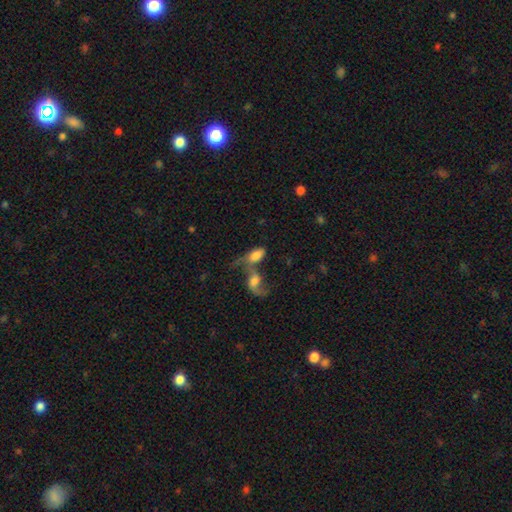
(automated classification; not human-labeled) Overall: smooth (63%; featured or disk 28%). How rounded: in between (89%). Merging: merger (65%).